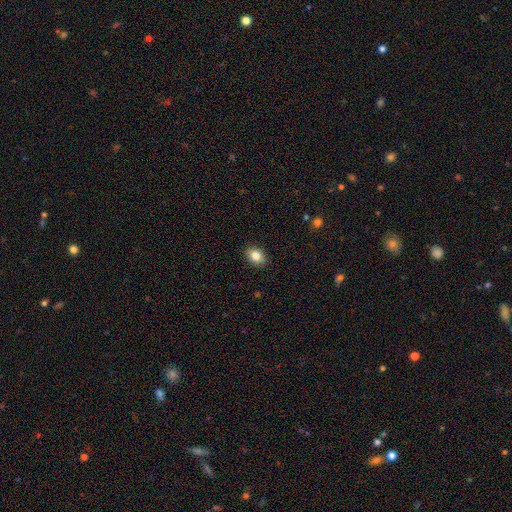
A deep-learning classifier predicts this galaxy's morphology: Q: Smooth or featured?
A: smooth (83%); runner-up: star or artifact (9%)
Q: How rounded?
A: in between (69%); runner-up: round (30%)
Q: Merging?
A: none (90%); runner-up: minor disturbance (8%)